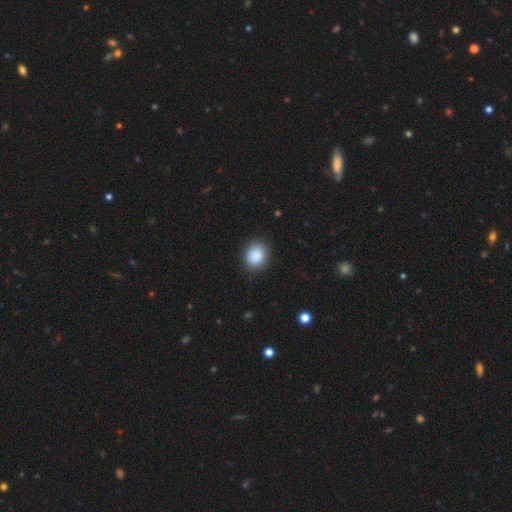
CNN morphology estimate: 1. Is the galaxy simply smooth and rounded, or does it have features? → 88% smooth, 8% star or artifact, 4% featured or disk.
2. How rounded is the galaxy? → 63% round, 36% in between, 1% cigar-shaped.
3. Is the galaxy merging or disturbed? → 86% none, 10% minor disturbance, 3% major disturbance, 1% merger.